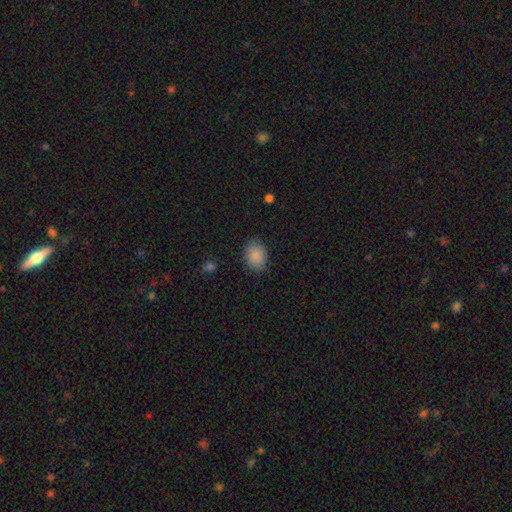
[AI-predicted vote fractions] This appears to be a smooth galaxy with no disk features (88%) that is in between round and cigar-shaped (60%). Merging: none (84%).